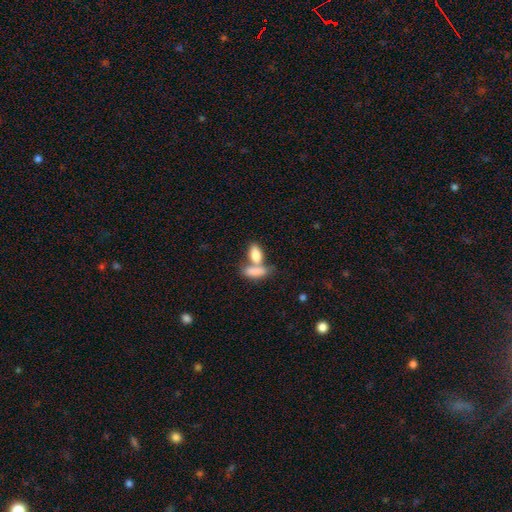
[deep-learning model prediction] Smooth or featured? Predicted: smooth (p=0.82). How rounded? Predicted: in between (p=0.86). Merging? Predicted: merger (p=0.57).